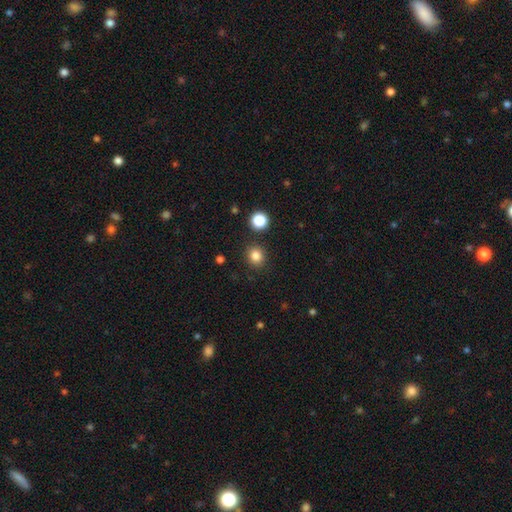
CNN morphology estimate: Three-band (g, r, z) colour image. It shows a smooth galaxy with no disk features (83%) that is round (81%). Merging: none (87%).